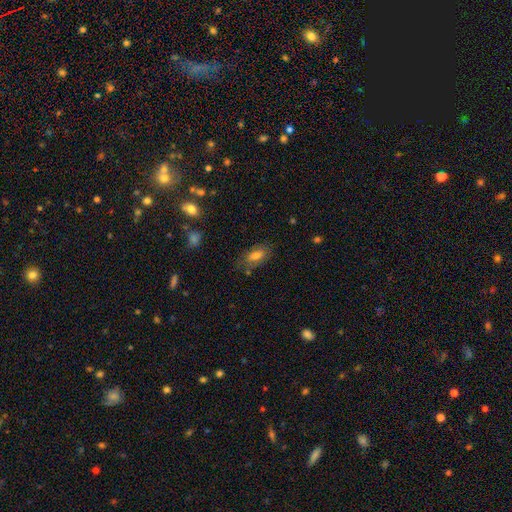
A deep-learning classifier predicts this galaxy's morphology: smooth-or-featured: smooth: 68% | featured or disk: 21% | star or artifact: 11%
  how-rounded: in between: 82% | cigar-shaped: 14% | round: 4%
  merging: none: 69% | minor disturbance: 20% | major disturbance: 7% | merger: 3%